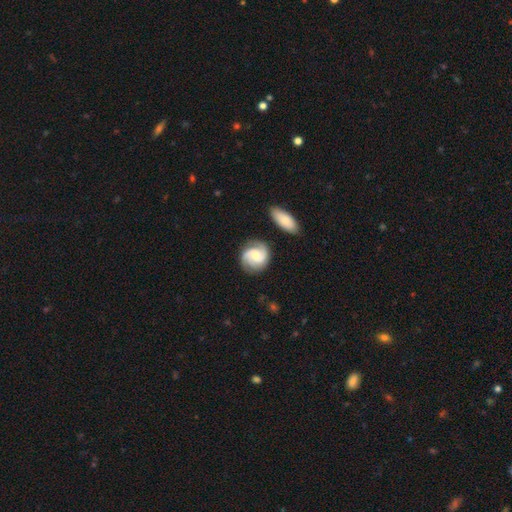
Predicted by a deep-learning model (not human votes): Smooth or featured? featured or disk (75%)
Edge-on disk? no (98%)
Bar? no (61%)
Spiral arms? yes (96%)
Spiral winding? medium (45%)
Spiral arm count? 2 (78%)
Bulge size? small (47%)
Merging? none (78%)